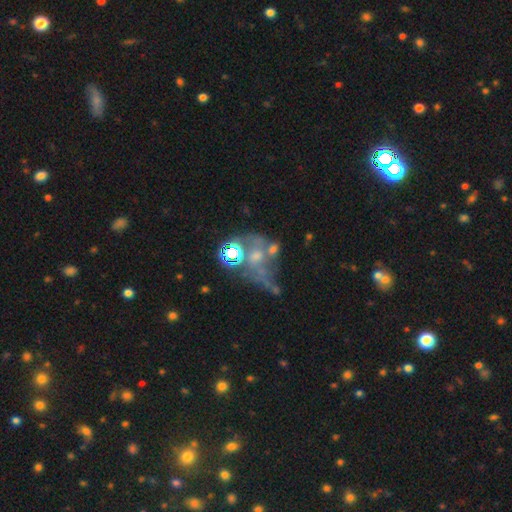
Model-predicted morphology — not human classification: Smooth or featured? featured or disk (43%)
Merging? major disturbance (31%)